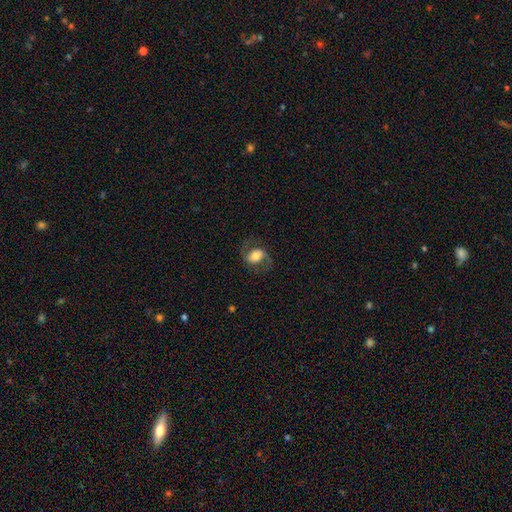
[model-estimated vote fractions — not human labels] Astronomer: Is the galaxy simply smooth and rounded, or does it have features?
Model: featured or disk — 64%.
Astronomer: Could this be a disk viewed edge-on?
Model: no — 96%.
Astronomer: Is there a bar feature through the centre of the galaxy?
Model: no — 43% (runner-up: weak, 35%).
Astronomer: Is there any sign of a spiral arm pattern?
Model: yes — 87%.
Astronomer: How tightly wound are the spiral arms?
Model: medium — 52% (runner-up: loose, 33%).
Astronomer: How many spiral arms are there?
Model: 2 — 90%.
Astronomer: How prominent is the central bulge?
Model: moderate — 54%.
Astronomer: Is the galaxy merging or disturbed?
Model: none — 73%.